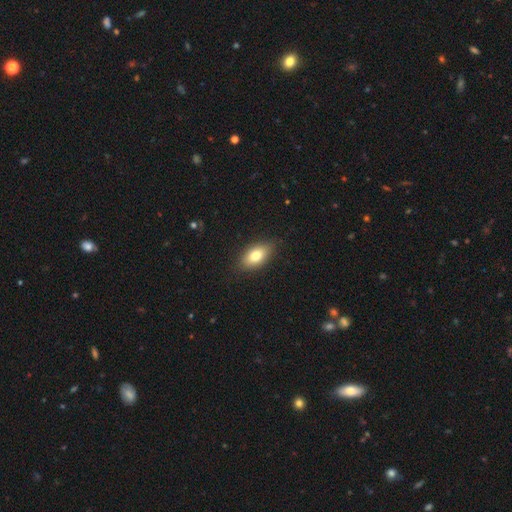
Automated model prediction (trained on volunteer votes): A smooth galaxy with no disk features (77%) that is in between round and cigar-shaped (89%).

Vote fractions:
- Smooth or featured? smooth: 77% / featured or disk: 15% / star or artifact: 8%
- How rounded? in between: 89% / round: 7% / cigar-shaped: 4%
- Merging? none: 85% / minor disturbance: 11% / major disturbance: 2% / merger: 1%